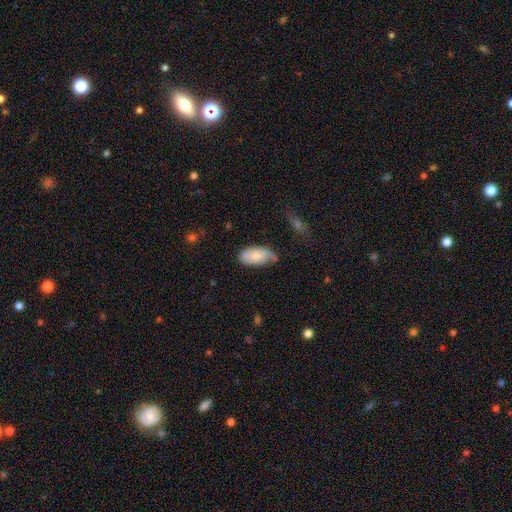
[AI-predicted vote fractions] A smooth galaxy with no disk features (74%) that is in between round and cigar-shaped (94%).

Vote fractions:
- Smooth or featured? smooth: 74% / featured or disk: 19% / star or artifact: 6%
- How rounded? in between: 94% / cigar-shaped: 3% / round: 3%
- Merging? none: 50% / minor disturbance: 36% / major disturbance: 11% / merger: 3%